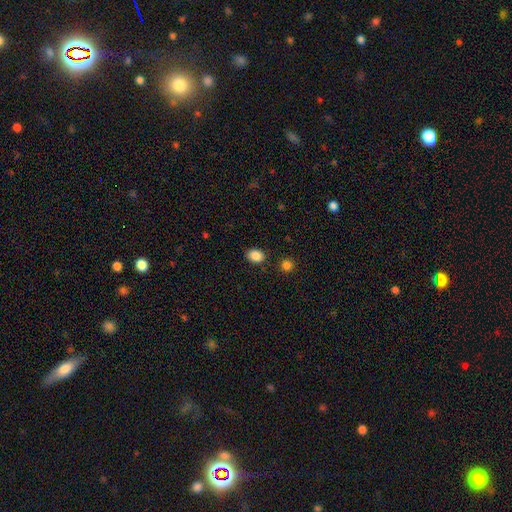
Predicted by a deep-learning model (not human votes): This is clearly a smooth galaxy (88%). How rounded: likely in between (67%). Merging: clearly none (85%).